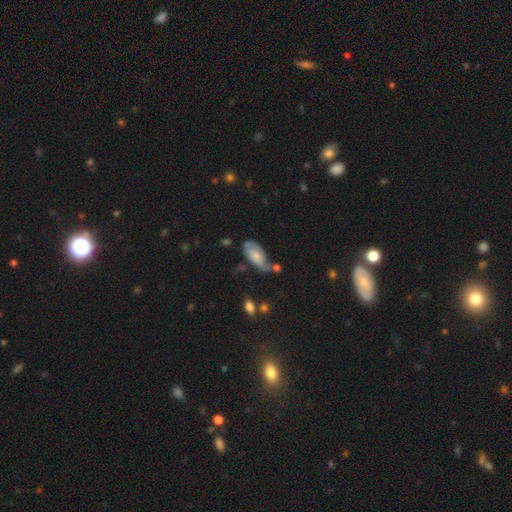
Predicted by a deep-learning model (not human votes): The model was most divided on "merging": none: 37%, minor disturbance: 31%, major disturbance: 18%, merger: 14%. More confident: how rounded — in between (90%); smooth or featured — smooth (55%).